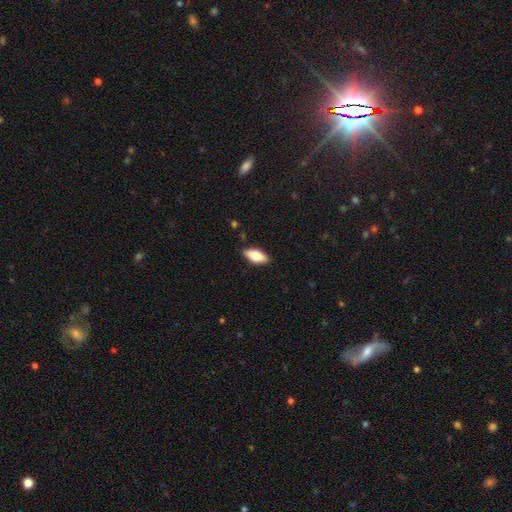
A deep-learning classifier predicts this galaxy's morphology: This appears to be a smooth galaxy with no disk features (74%) that is in between round and cigar-shaped (84%). Merging: none (87%).